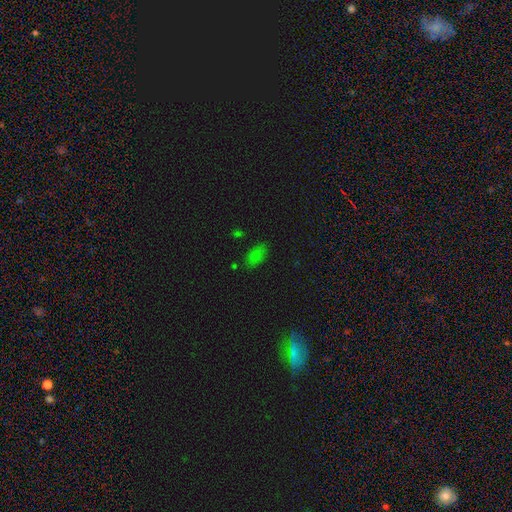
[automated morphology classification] Overall: smooth (78%). How rounded: in between (91%). Merging: none (77%).